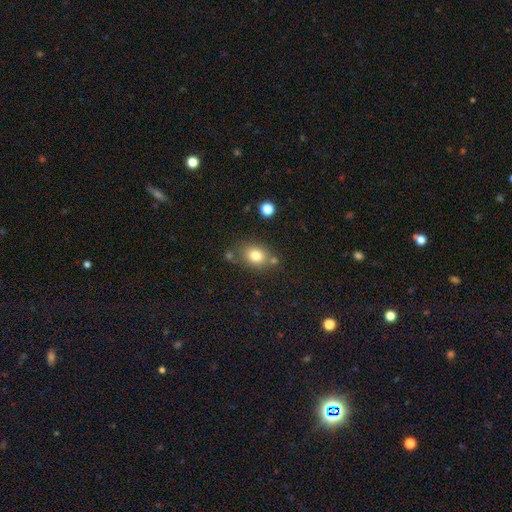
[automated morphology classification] type=smooth (79%); roundness=round (52%); merging=none (67%).